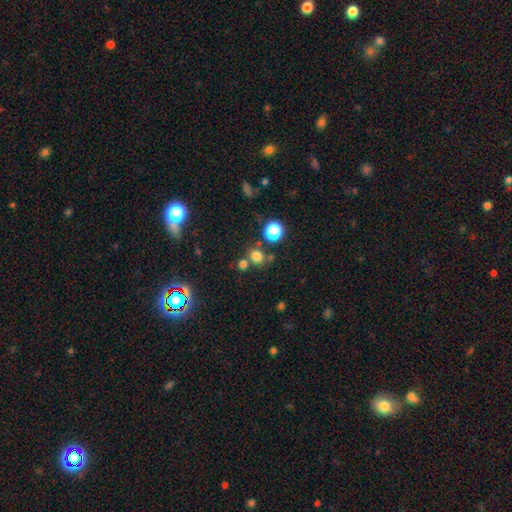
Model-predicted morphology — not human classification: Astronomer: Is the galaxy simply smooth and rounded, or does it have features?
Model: smooth — 73%.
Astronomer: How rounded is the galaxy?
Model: round — 82%.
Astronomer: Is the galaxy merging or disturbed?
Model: none — 68%.